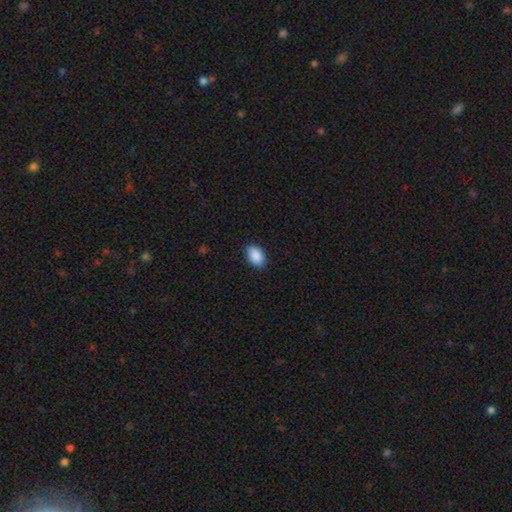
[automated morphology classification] smooth_or_featured: smooth (p=0.90) [alt: star or artifact p=0.07]
how_rounded: in between (p=0.91) [alt: round p=0.08]
merging: none (p=0.85) [alt: minor disturbance p=0.12]